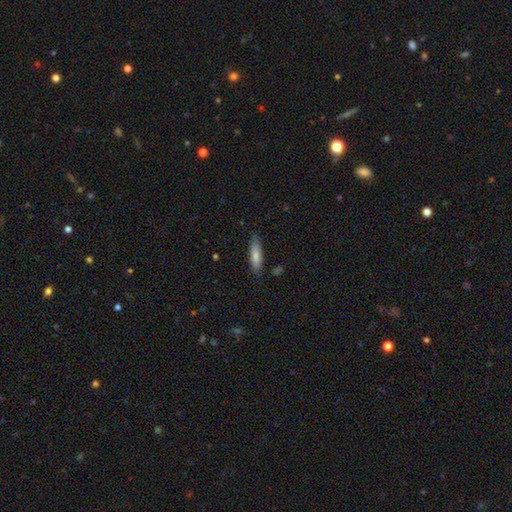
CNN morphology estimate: The model was most divided on "how rounded": cigar-shaped: 61%, in between: 38%, round: 2%. More confident: merging — none (79%); smooth or featured — smooth (77%).